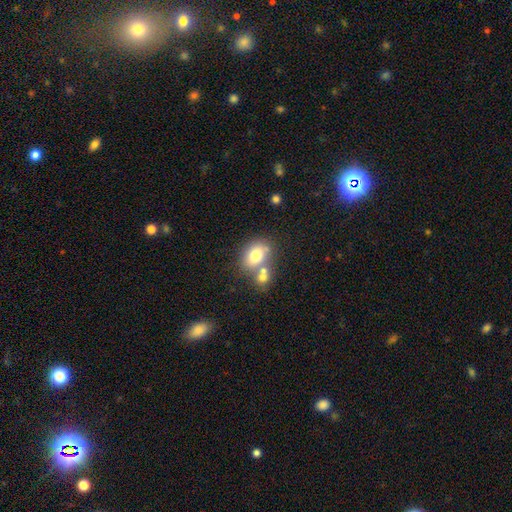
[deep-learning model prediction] smooth 73%, featured or disk 17%, star or artifact 10%. Down the decision tree: how rounded — in between (66%); merging — none (49%).